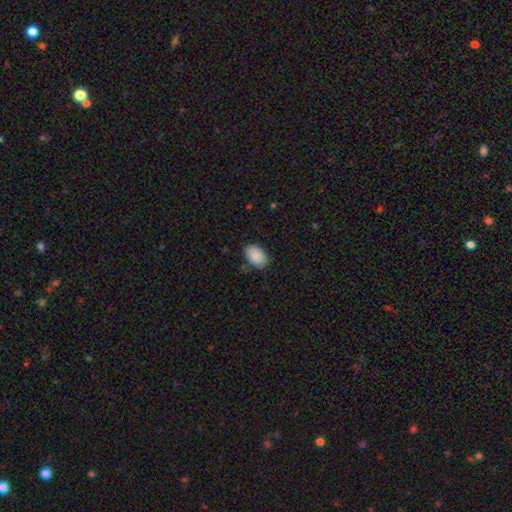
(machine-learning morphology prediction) This appears to be a smooth galaxy with no disk features (89%) that is in between round and cigar-shaped (88%). Merging: none (79%).